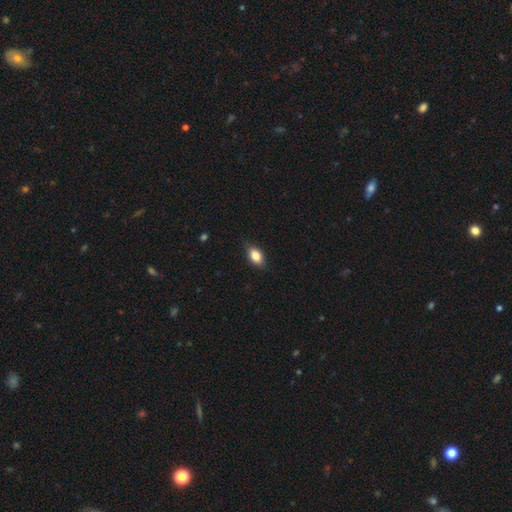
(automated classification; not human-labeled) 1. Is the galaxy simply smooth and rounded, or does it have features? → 81% smooth, 11% featured or disk, 8% star or artifact.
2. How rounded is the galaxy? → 86% in between, 9% round, 5% cigar-shaped.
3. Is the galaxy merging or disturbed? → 81% none, 15% minor disturbance, 2% major disturbance, 1% merger.